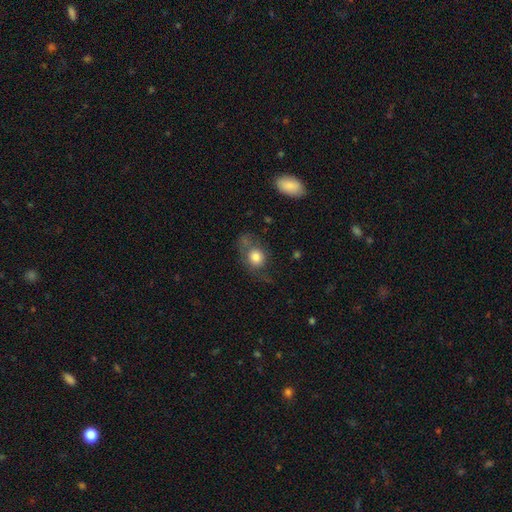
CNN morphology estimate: Smooth or featured? Predicted: smooth (p=0.74). How rounded? Predicted: round (p=0.64). Merging? Predicted: none (p=0.47).